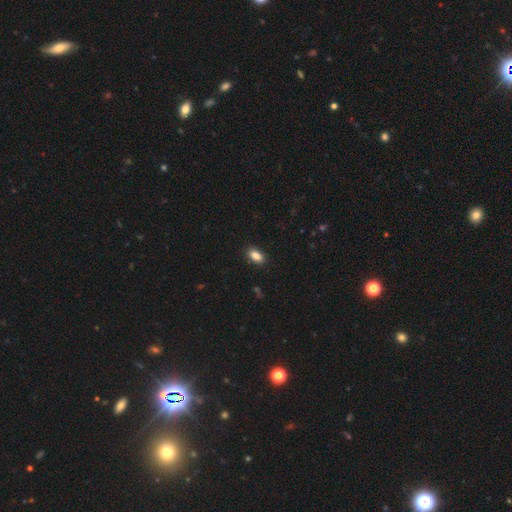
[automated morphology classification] Smooth or featured?
  - smooth: 86% *
  - star or artifact: 8%
  - featured or disk: 5%
How rounded?
  - in between: 91% *
  - round: 6%
  - cigar-shaped: 3%
Merging?
  - none: 89% *
  - minor disturbance: 9%
  - major disturbance: 2%
  - merger: 1%